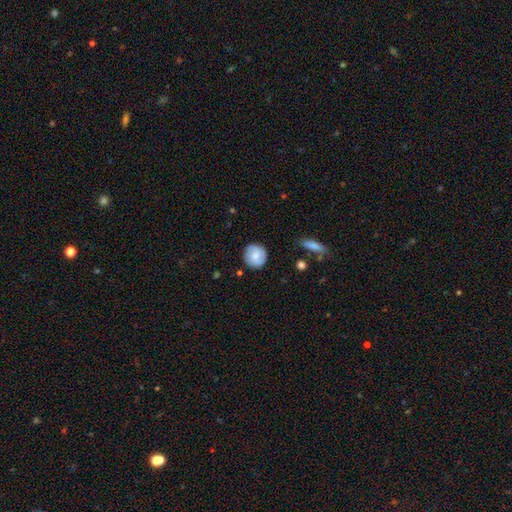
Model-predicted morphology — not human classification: Q: Smooth or featured?
A: smooth (67%); runner-up: featured or disk (26%)
Q: How rounded?
A: round (91%); runner-up: in between (8%)
Q: Merging?
A: none (81%); runner-up: minor disturbance (14%)